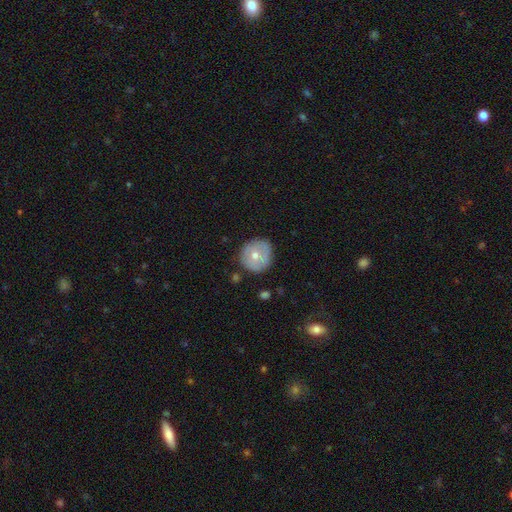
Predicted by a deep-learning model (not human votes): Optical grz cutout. It shows a smooth galaxy with no disk features (62%) that is round (92%). Merging: none (76%).